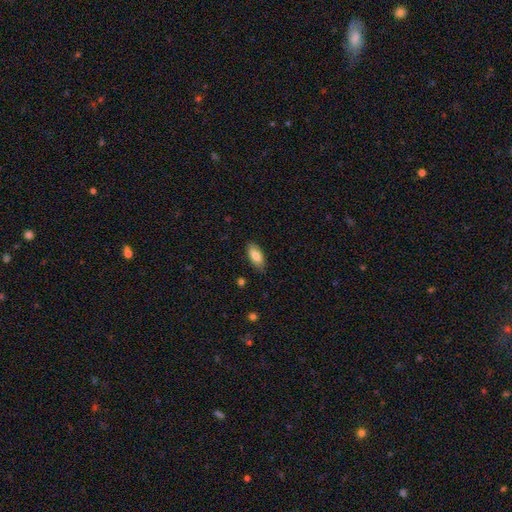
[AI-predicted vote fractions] The model was most divided on "smooth or featured": smooth: 82%, featured or disk: 11%, star or artifact: 7%. More confident: how rounded — in between (86%); merging — none (84%).